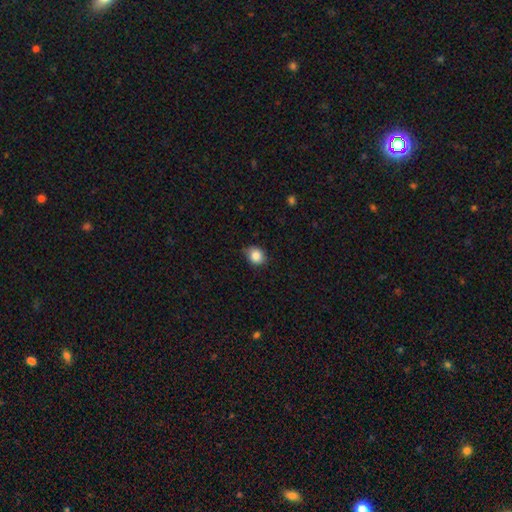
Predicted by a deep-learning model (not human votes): smooth_or_featured: smooth (p=0.86) [alt: star or artifact p=0.09]
how_rounded: round (p=0.63) [alt: in between p=0.36]
merging: none (p=0.75) [alt: minor disturbance p=0.21]